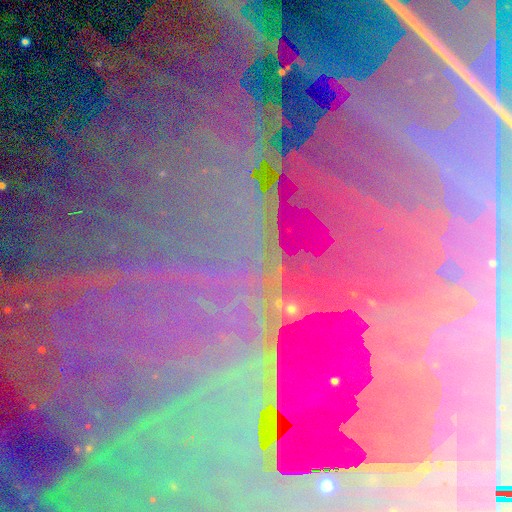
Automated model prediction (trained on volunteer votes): Q: Smooth or featured?
A: star or artifact (88%); runner-up: featured or disk (6%)